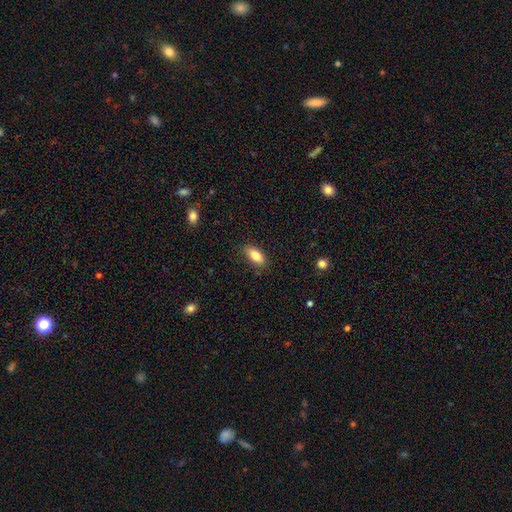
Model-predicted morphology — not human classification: Smooth or featured? Predicted: smooth (p=0.84). How rounded? Predicted: in between (p=0.84). Merging? Predicted: none (p=0.85).